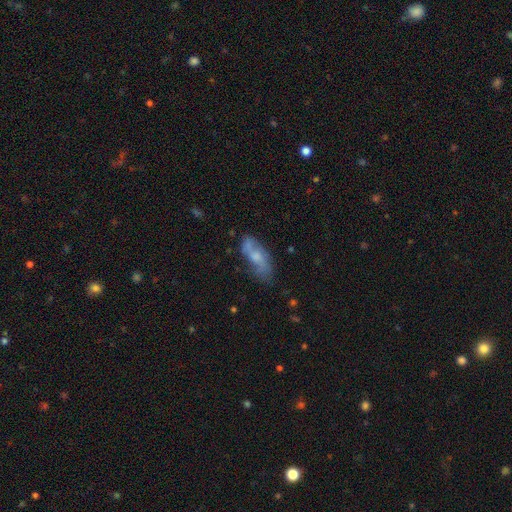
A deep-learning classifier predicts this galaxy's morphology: This appears to be a smooth galaxy with no disk features (50%) that is in between round and cigar-shaped (68%). Merging: none (61%).